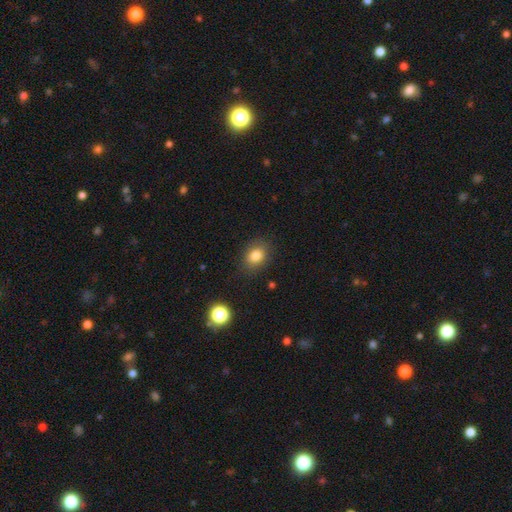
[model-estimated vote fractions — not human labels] A smooth galaxy with no disk features (82%) that is in between round and cigar-shaped (61%). Merging: none (83%).